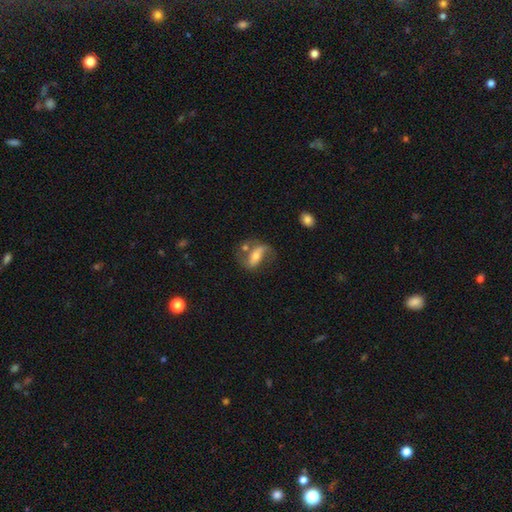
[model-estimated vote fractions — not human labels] This is likely a featured or disk galaxy (61%). It is clearly not viewed edge-on (86%). Bar: possibly strong (47%). Spiral arm pattern: likely yes (76%). Central bulge: possibly moderate (56%). Merging: possibly none (52%).